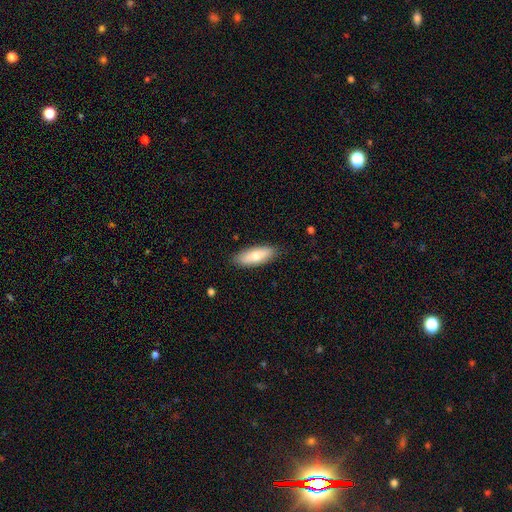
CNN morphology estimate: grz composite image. It shows a smooth galaxy with no disk features (72%) that is in between round and cigar-shaped (66%). Merging: none (87%).